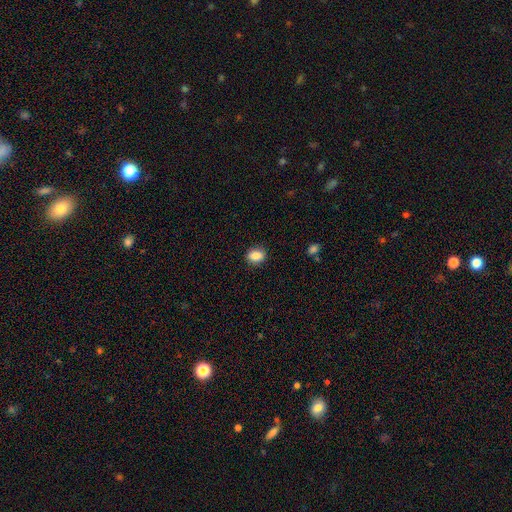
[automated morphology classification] type=smooth (86%); roundness=in between (60%); merging=none (88%).